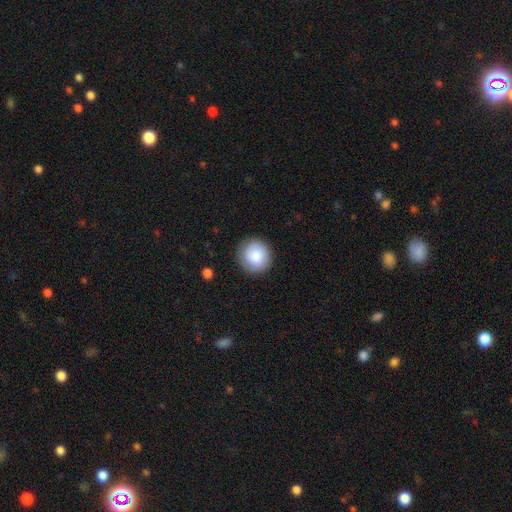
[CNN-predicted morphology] smooth_or_featured: smooth (p=0.84) [alt: featured or disk p=0.09]
how_rounded: round (p=0.92) [alt: in between p=0.07]
merging: none (p=0.87) [alt: minor disturbance p=0.09]